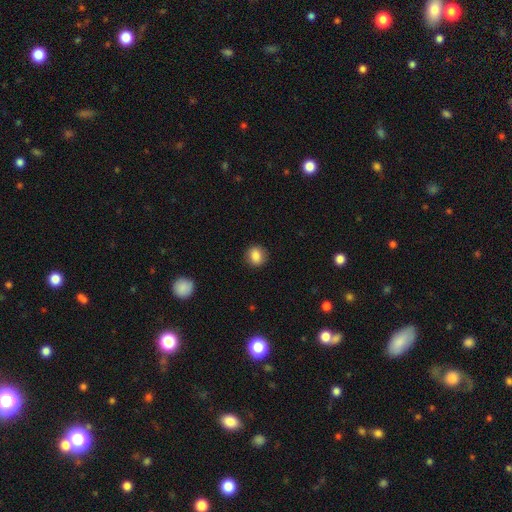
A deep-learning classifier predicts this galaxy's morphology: Smooth or featured? smooth (85%)
How rounded? round (72%)
Merging? none (87%)